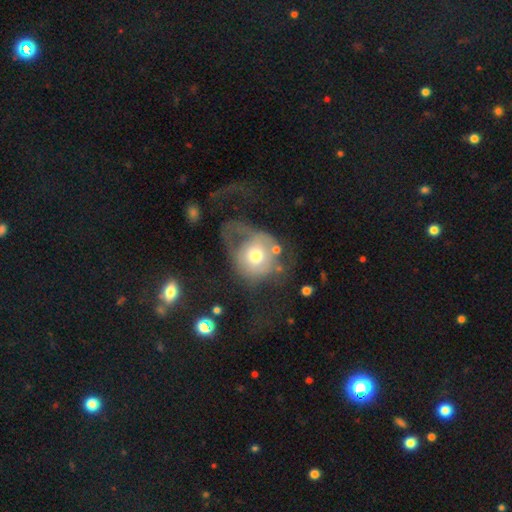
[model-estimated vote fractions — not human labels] Smooth or featured? smooth (47%)
Merging? major disturbance (58%)